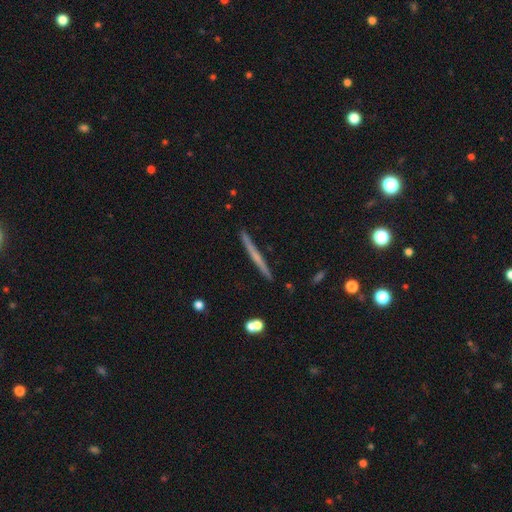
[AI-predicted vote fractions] featured or disk 50%, smooth 43%, star or artifact 7%. Down the decision tree: merging — none (91%).